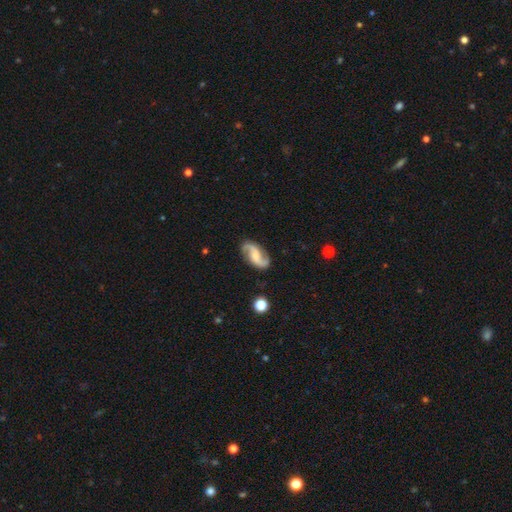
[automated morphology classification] Smooth or featured? Predicted: featured or disk (p=0.86). Edge-on disk? Predicted: no (p=0.97). Bar? Predicted: no (p=0.45). Spiral arms? Predicted: yes (p=0.97). Spiral winding? Predicted: loose (p=0.51). Spiral arm count? Predicted: 2 (p=0.94). Bulge size? Predicted: small (p=0.36). Merging? Predicted: none (p=0.83).